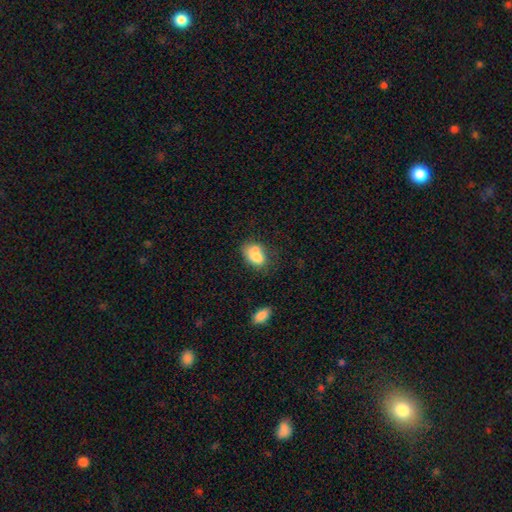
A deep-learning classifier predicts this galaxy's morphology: Overall: smooth (81%). How rounded: in between (83%). Merging: none (48%; minor disturbance 30%).